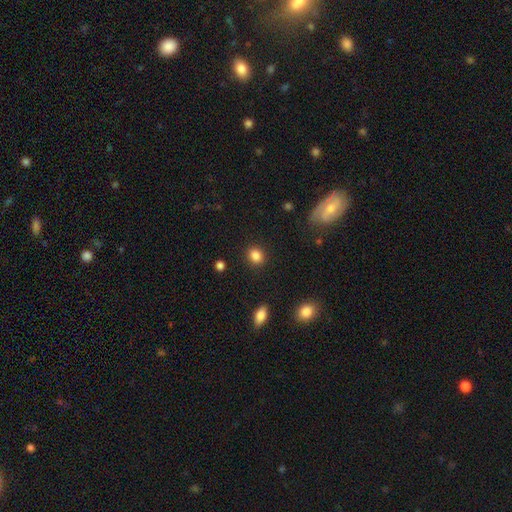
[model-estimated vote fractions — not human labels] Smooth or featured: smooth — 86% (star or artifact — 10%)
How rounded: round — 58% (in between — 40%)
Merging: none — 88% (minor disturbance — 7%)